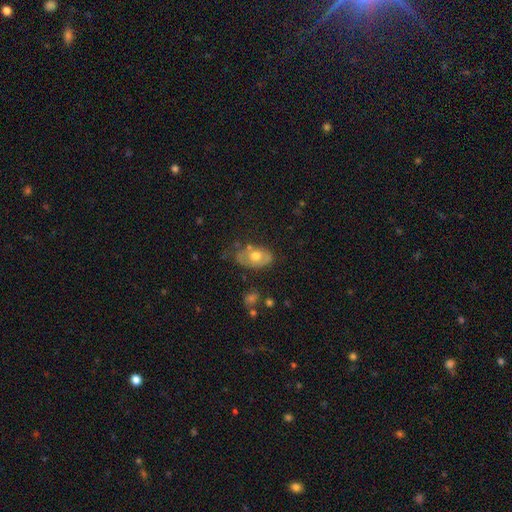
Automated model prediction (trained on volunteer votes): This is possibly a smooth galaxy (53%). How rounded: clearly in between (86%). Merging: possibly none (53%).